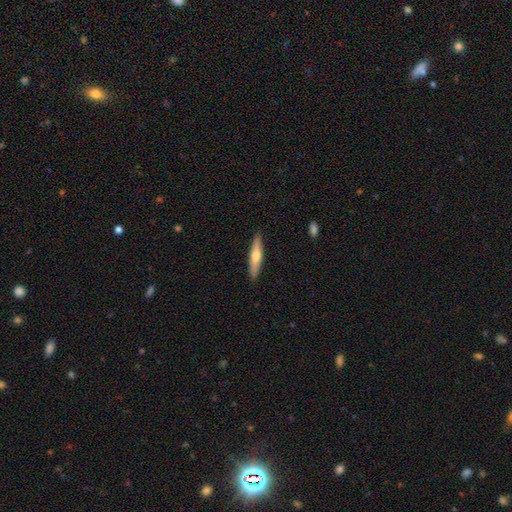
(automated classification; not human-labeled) smooth 55%, featured or disk 40%, star or artifact 5%. Down the decision tree: how rounded — cigar-shaped (86%); merging — none (90%).